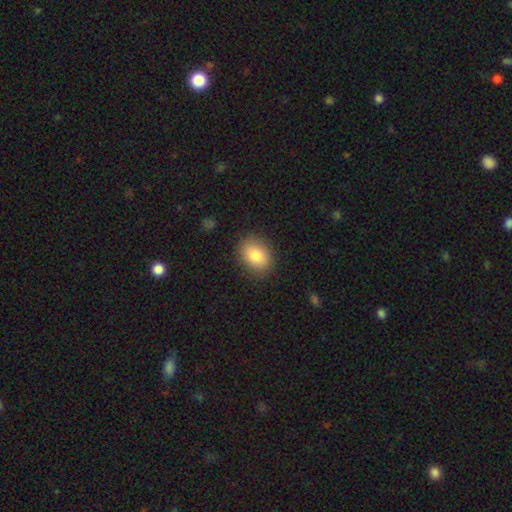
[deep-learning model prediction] smooth 83%, featured or disk 9%, star or artifact 8%. Down the decision tree: how rounded — in between (64%); merging — none (86%).